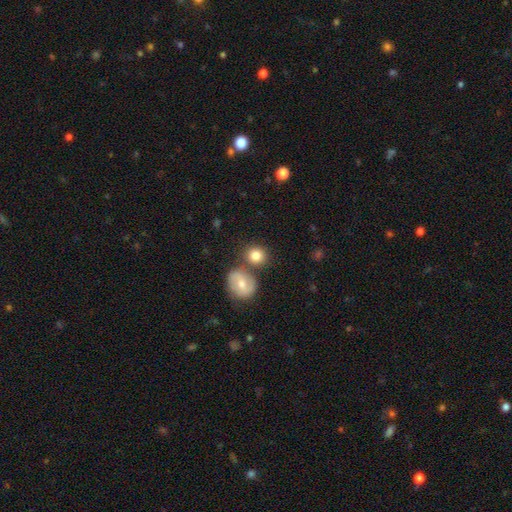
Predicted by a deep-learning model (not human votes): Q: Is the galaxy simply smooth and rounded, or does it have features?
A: smooth — 81%.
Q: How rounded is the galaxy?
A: round — 82%.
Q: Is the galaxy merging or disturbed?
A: none — 64%.